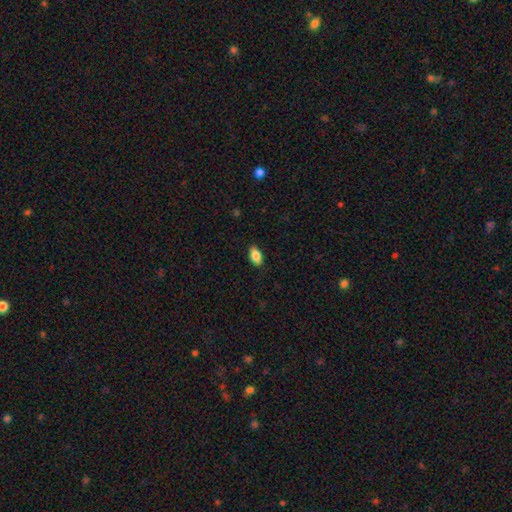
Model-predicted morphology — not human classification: smooth 83%, featured or disk 10%, star or artifact 8%. Down the decision tree: how rounded — in between (90%); merging — none (87%).